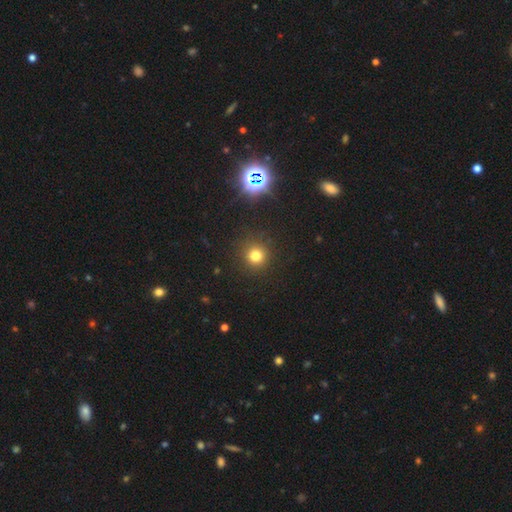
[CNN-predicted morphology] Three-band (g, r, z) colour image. It shows a smooth galaxy with no disk features (75%) that is round (94%). Merging: none (90%).